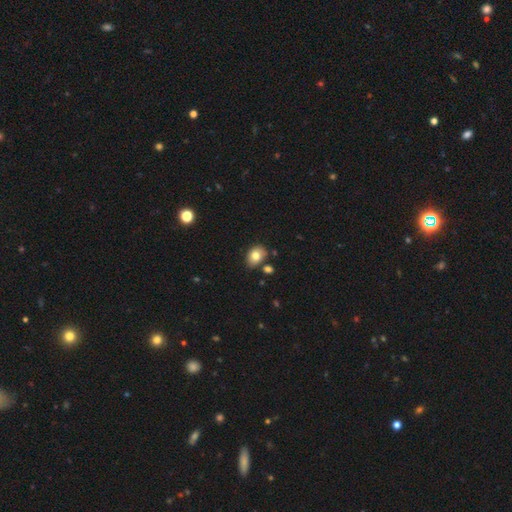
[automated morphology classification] Q: Smooth or featured?
A: smooth (78%); runner-up: featured or disk (13%)
Q: How rounded?
A: in between (69%); runner-up: round (30%)
Q: Merging?
A: none (70%); runner-up: minor disturbance (19%)